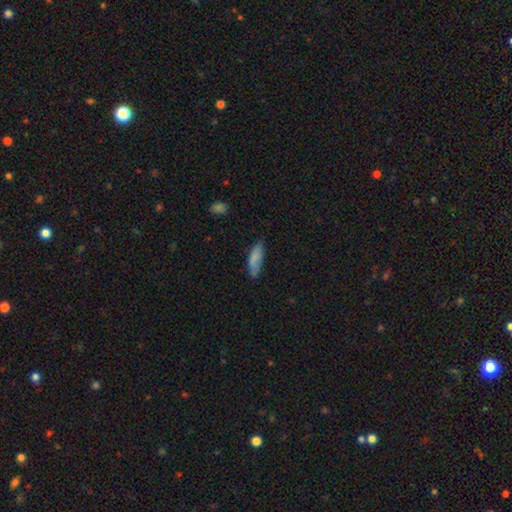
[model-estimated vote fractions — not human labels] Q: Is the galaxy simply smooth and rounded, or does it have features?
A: smooth — 78%.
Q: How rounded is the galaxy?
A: cigar-shaped — 51%.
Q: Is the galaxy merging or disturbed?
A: none — 64%.